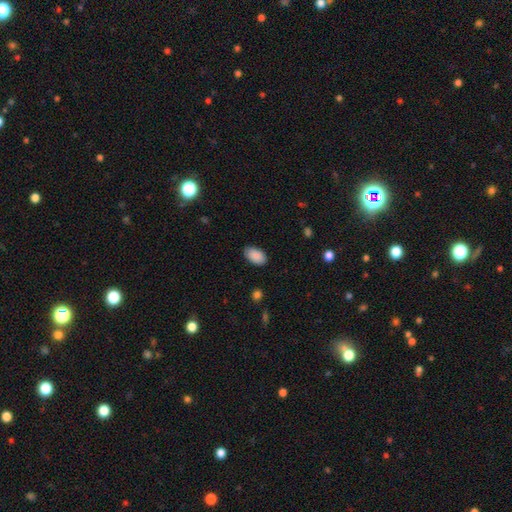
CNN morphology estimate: smooth_or_featured: smooth (p=0.88) [alt: star or artifact p=0.07]
how_rounded: in between (p=0.94) [alt: round p=0.04]
merging: none (p=0.86) [alt: minor disturbance p=0.10]